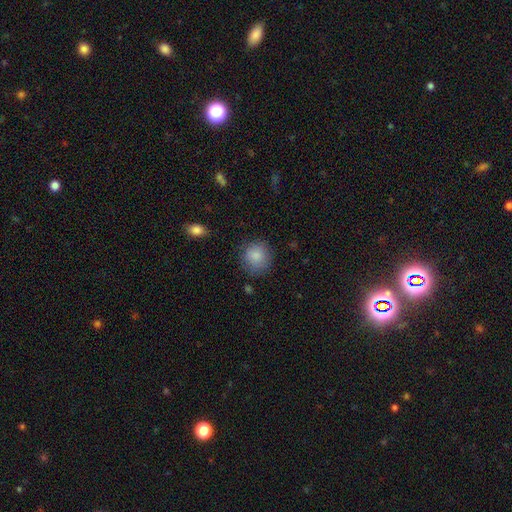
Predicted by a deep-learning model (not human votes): A smooth galaxy with no disk features (86%) that is round (89%).

Vote fractions:
- Smooth or featured? smooth: 86% / star or artifact: 8% / featured or disk: 6%
- How rounded? round: 89% / in between: 10% / cigar-shaped: 1%
- Merging? none: 81% / minor disturbance: 14% / major disturbance: 4% / merger: 2%